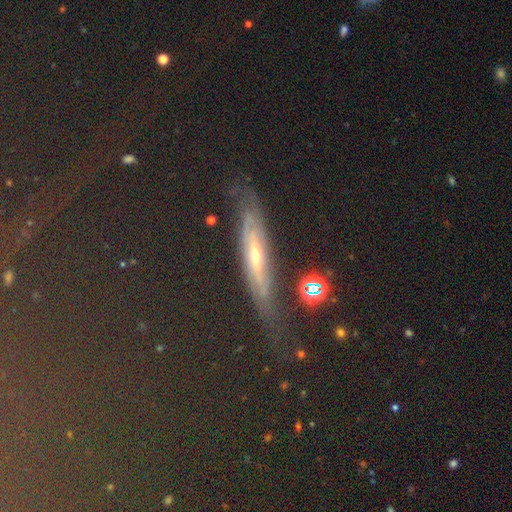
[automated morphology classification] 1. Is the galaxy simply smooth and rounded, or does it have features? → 41% star or artifact, 32% smooth, 28% featured or disk.